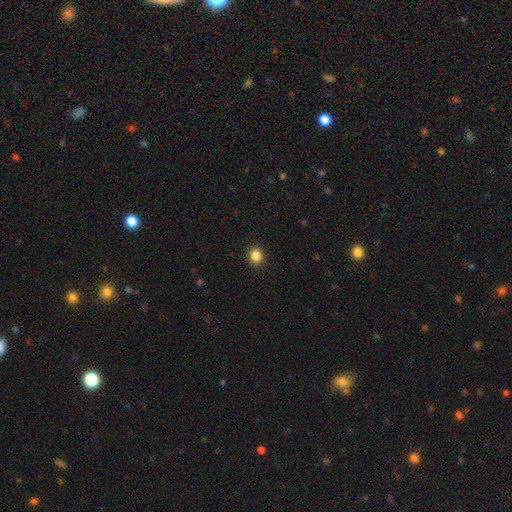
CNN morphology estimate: This appears to be a smooth galaxy with no disk features (85%) that is round (81%). Merging: none (92%).